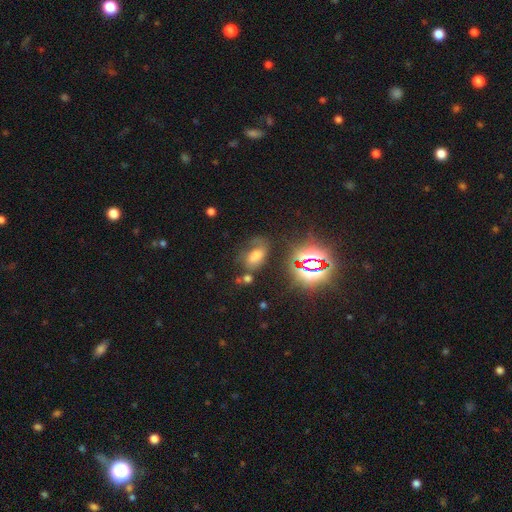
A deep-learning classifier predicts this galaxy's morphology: Smooth or featured? smooth (38%)
Merging? none (51%)